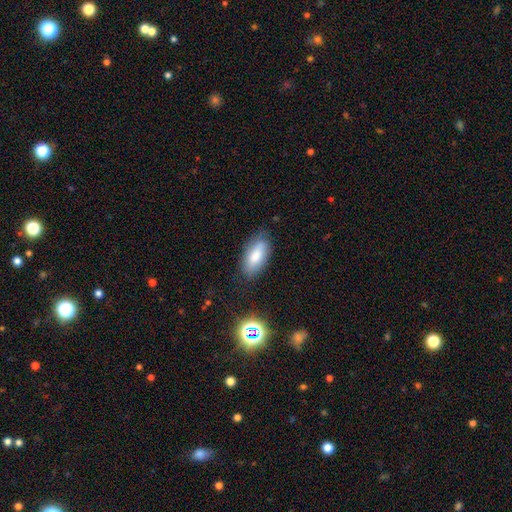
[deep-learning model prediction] Q: Smooth or featured?
A: smooth (78%); runner-up: featured or disk (14%)
Q: How rounded?
A: in between (86%); runner-up: cigar-shaped (11%)
Q: Merging?
A: none (75%); runner-up: minor disturbance (19%)